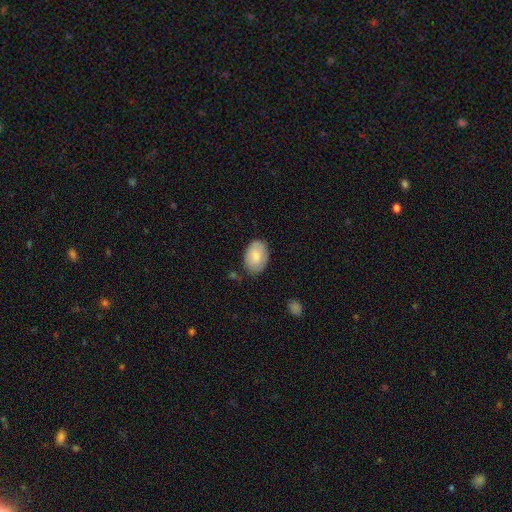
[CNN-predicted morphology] Smooth or featured: smooth — 80% (featured or disk — 14%)
How rounded: in between — 88% (round — 11%)
Merging: none — 76% (minor disturbance — 18%)